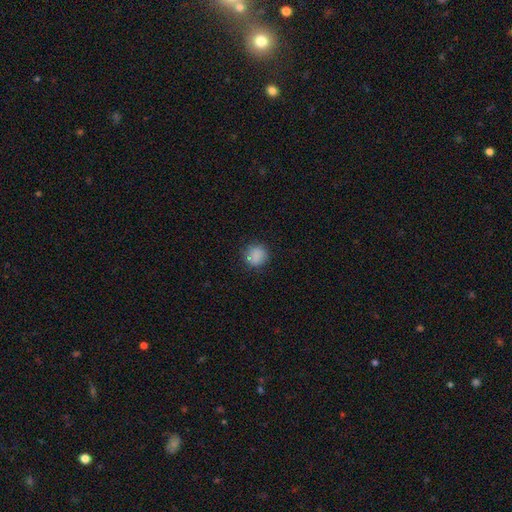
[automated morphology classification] Smooth or featured? Predicted: smooth (p=0.85). How rounded? Predicted: round (p=0.88). Merging? Predicted: none (p=0.82).